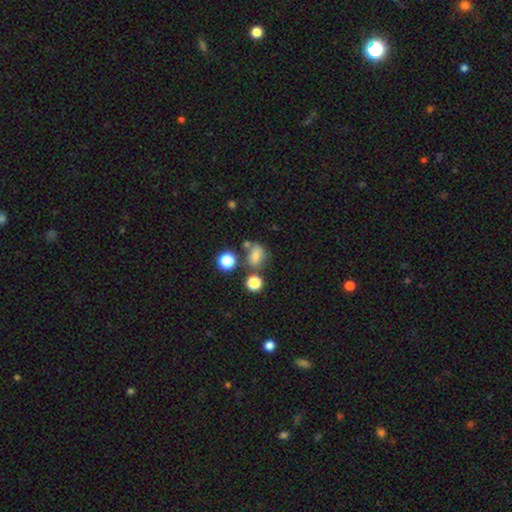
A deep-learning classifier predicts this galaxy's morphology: smooth_or_featured: smooth (p=0.71) [alt: star or artifact p=0.17]
how_rounded: in between (p=0.55) [alt: round p=0.44]
merging: none (p=0.56) [alt: merger p=0.19]